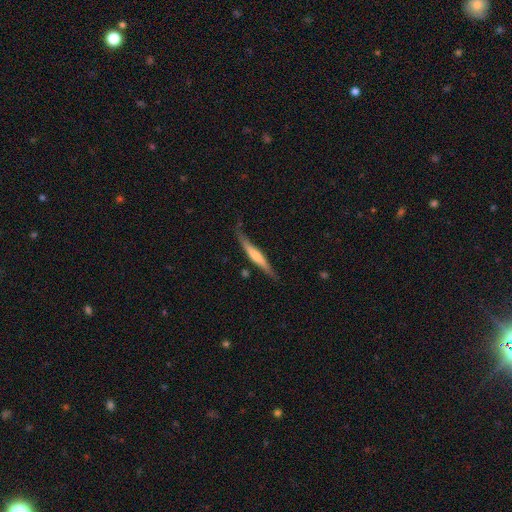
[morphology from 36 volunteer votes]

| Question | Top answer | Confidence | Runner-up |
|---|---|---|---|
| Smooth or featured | smooth | 50% | tied: featured or disk (50%) |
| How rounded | cigar-shaped | 89% | in between (11%) |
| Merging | none | 64% | minor disturbance (25%) |